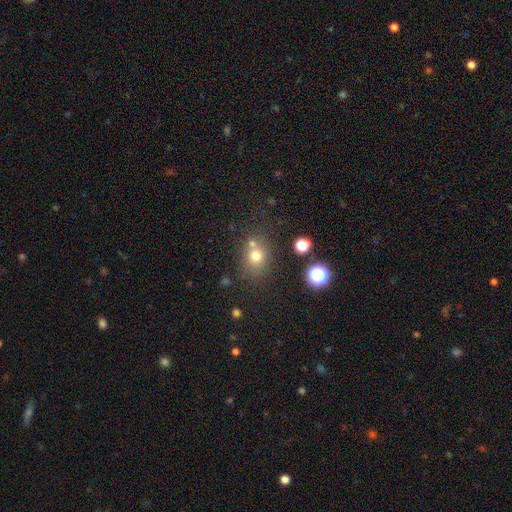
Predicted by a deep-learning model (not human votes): smooth 73%, star or artifact 16%, featured or disk 11%. Down the decision tree: how rounded — round (65%); merging — none (60%).